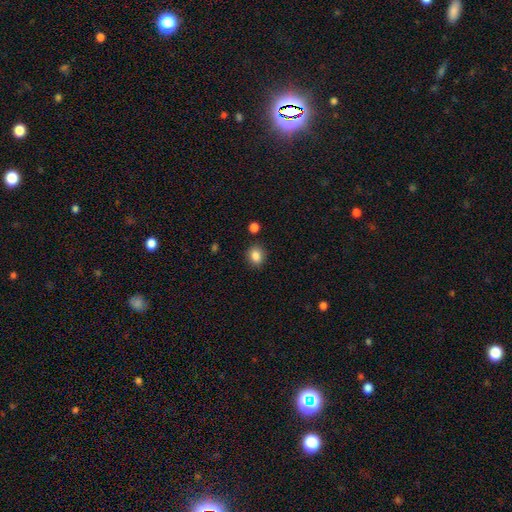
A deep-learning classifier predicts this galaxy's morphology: smooth 85%, star or artifact 10%, featured or disk 5%. Down the decision tree: how rounded — round (62%); merging — none (86%).